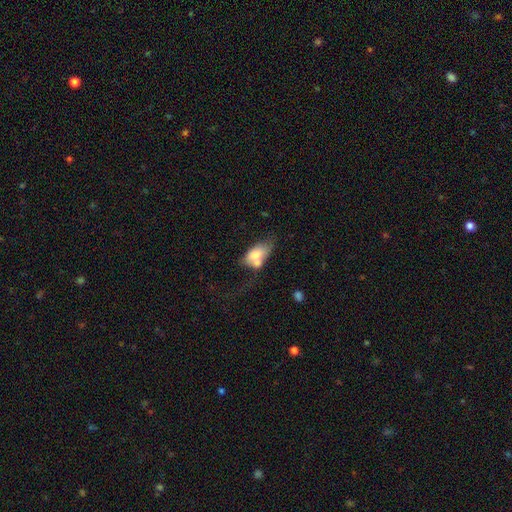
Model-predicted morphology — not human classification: Smooth or featured? smooth (67%)
How rounded? in between (88%)
Merging? merger (43%)